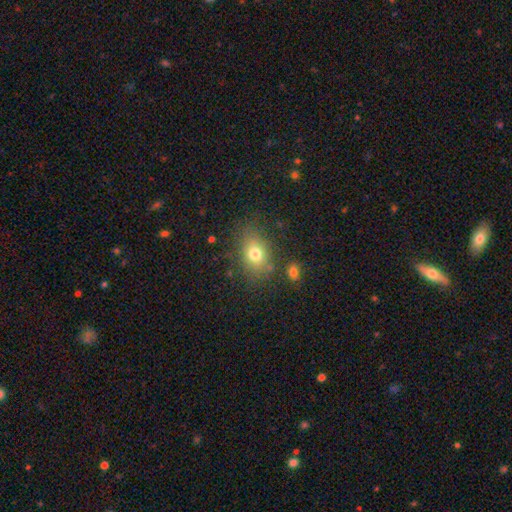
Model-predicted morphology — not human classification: Smooth or featured: smooth — 67% (star or artifact — 21%)
How rounded: in between — 61% (round — 37%)
Merging: none — 81% (minor disturbance — 10%)